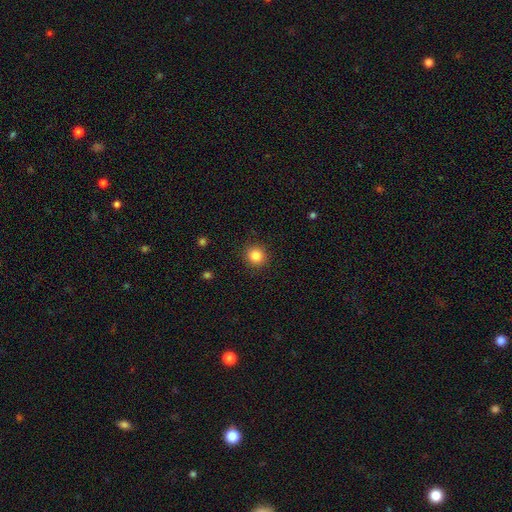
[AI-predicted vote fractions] smooth-or-featured: smooth: 85% | star or artifact: 11% | featured or disk: 5%
  how-rounded: round: 93% | in between: 7% | cigar-shaped: 1%
  merging: none: 91% | minor disturbance: 6% | major disturbance: 2% | merger: 1%